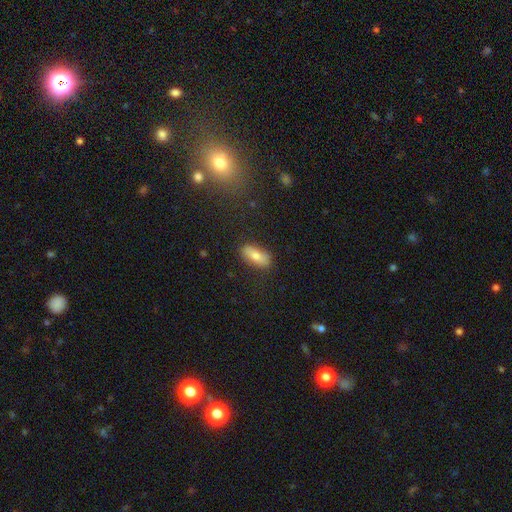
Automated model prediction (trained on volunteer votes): Smooth or featured: smooth — 73% (featured or disk — 20%)
How rounded: in between — 79% (cigar-shaped — 18%)
Merging: none — 83% (minor disturbance — 12%)